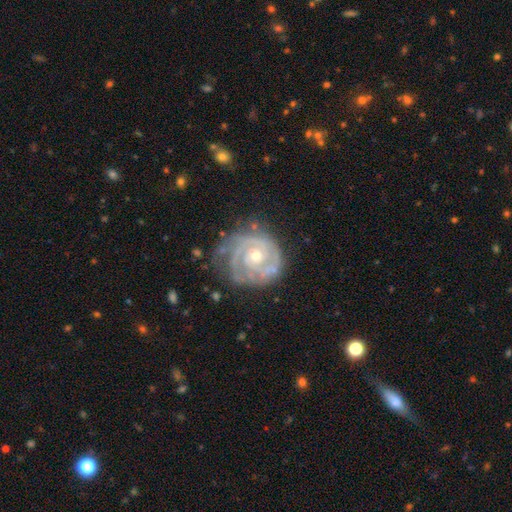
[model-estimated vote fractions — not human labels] smooth_or_featured: featured or disk (p=0.86) [alt: smooth p=0.09]
disk_edge_on: no (p=0.98) [alt: yes p=0.02]
bar: no (p=0.76) [alt: weak p=0.19]
has_spiral_arms: yes (p=0.95) [alt: no p=0.05]
spiral_winding: tight (p=0.75) [alt: medium p=0.20]
spiral_arm_count: 2 (p=0.35) [alt: can't tell p=0.26]
bulge_size: moderate (p=0.52) [alt: small p=0.44]
merging: none (p=0.66) [alt: minor disturbance p=0.23]